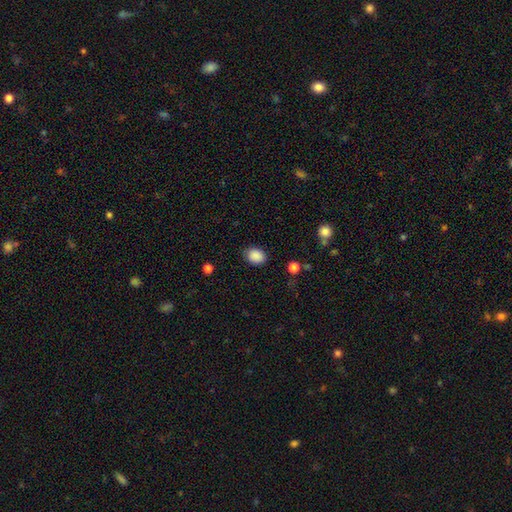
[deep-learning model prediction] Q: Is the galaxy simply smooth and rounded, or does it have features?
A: smooth — 88%.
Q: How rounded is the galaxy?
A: in between — 58%.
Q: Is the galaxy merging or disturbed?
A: none — 84%.